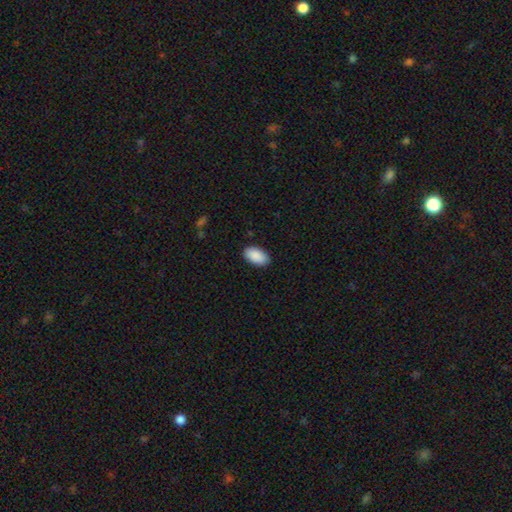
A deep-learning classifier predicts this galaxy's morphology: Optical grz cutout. It shows a smooth galaxy with no disk features (91%) that is in between round and cigar-shaped (96%). Merging: none (88%).